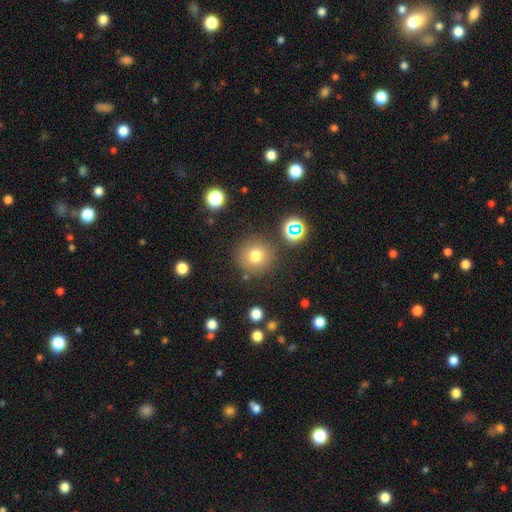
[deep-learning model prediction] The model was most divided on "smooth or featured": smooth: 74%, star or artifact: 17%, featured or disk: 9%. More confident: how rounded — round (95%); merging — none (84%).